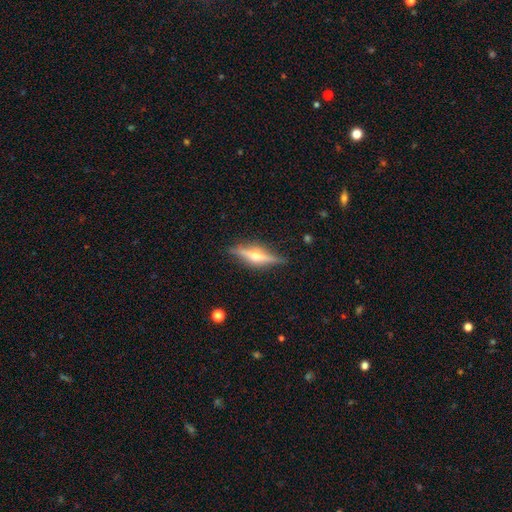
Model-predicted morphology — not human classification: Overall: featured or disk (75%). Edge-on disk: yes (96%). Edge-on bulge: rounded (93%). Merging: none (86%).